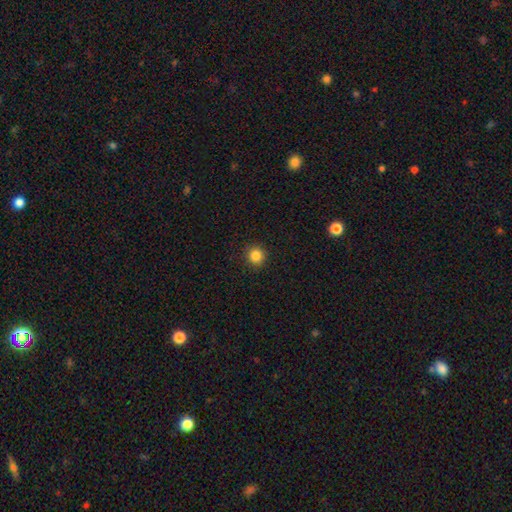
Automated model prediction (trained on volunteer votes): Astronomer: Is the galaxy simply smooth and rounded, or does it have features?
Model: smooth — 84%.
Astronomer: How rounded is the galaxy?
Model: round — 93%.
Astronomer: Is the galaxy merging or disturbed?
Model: none — 92%.